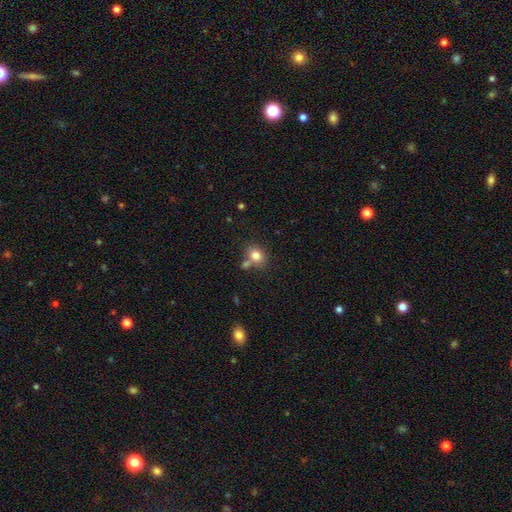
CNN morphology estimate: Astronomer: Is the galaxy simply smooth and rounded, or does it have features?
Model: smooth — 80%.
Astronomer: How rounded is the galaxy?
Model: round — 55% (runner-up: in between, 44%).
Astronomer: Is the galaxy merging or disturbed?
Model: none — 58%.